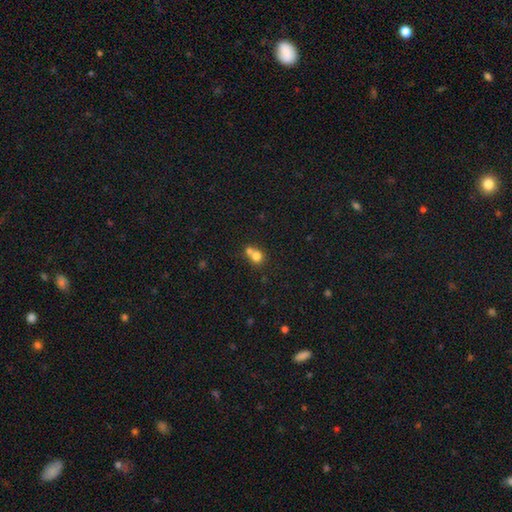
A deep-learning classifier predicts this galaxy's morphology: Smooth or featured: smooth — 76% (featured or disk — 12%)
How rounded: round — 78% (in between — 21%)
Merging: merger — 57% (none — 34%)